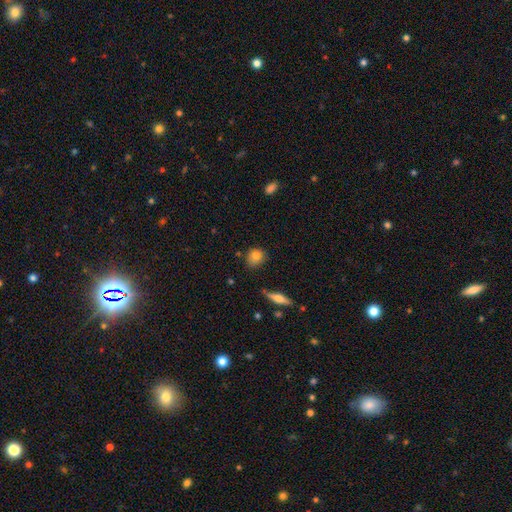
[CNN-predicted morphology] type=smooth (77%); roundness=round (78%); merging=none (76%).